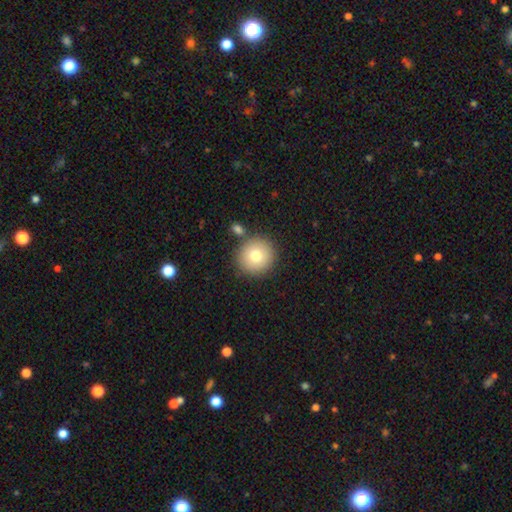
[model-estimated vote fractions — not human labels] A smooth galaxy with no disk features (77%) that is round (94%).

Vote fractions:
- Smooth or featured? smooth: 77% / featured or disk: 13% / star or artifact: 10%
- How rounded? round: 94% / in between: 5% / cigar-shaped: 1%
- Merging? none: 80% / merger: 9% / minor disturbance: 8% / major disturbance: 3%